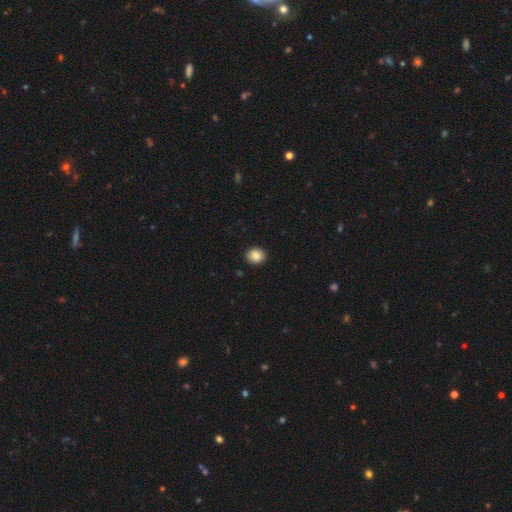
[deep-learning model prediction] This is clearly a smooth galaxy (87%). How rounded: likely round (70%). Merging: clearly none (91%).